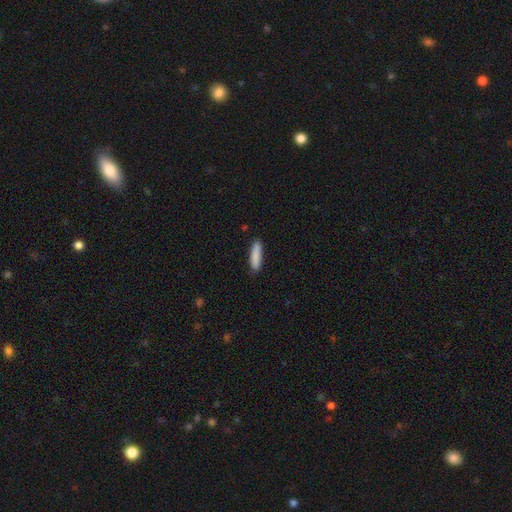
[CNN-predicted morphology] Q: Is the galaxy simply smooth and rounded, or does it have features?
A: smooth — 88%.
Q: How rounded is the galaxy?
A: cigar-shaped — 74%.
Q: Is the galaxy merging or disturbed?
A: none — 85%.